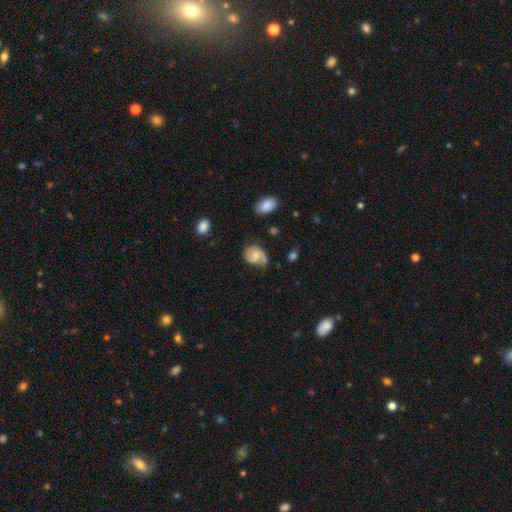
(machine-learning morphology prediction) A featured or disk galaxy (67%) with no bar (55%), 2 (64%) medium (45%) spiral arms (92%) and a small central bulge (45%).

Vote fractions:
- Smooth or featured? featured or disk: 67% / smooth: 26% / star or artifact: 7%
- Edge-on disk? no: 98% / yes: 2%
- Bar? no: 55% / weak: 38% / strong: 7%
- Spiral arms? yes: 92% / no: 8%
- Spiral winding? medium: 45% / loose: 28% / tight: 27%
- Spiral arm count? 2: 64% / 1: 27% / can't tell: 7% / 3: 1% / 4: 1% / more than 4: 1%
- Bulge size? small: 45% / moderate: 38% / none: 12% / large: 3% / dominant: 1%
- Merging? none: 54% / minor disturbance: 27% / major disturbance: 15% / merger: 3%